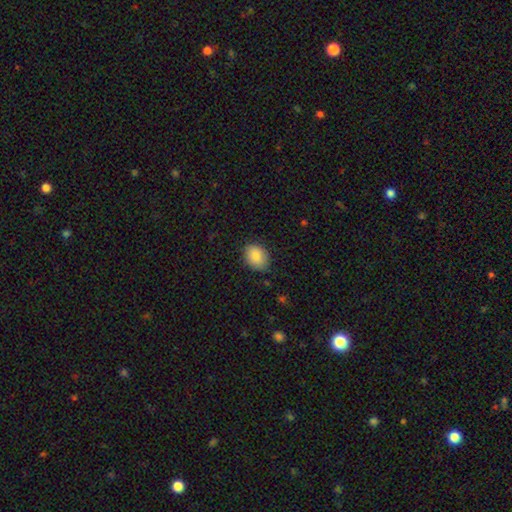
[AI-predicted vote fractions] This appears to be a smooth galaxy with no disk features (86%) that is in between round and cigar-shaped (69%). Merging: none (80%).